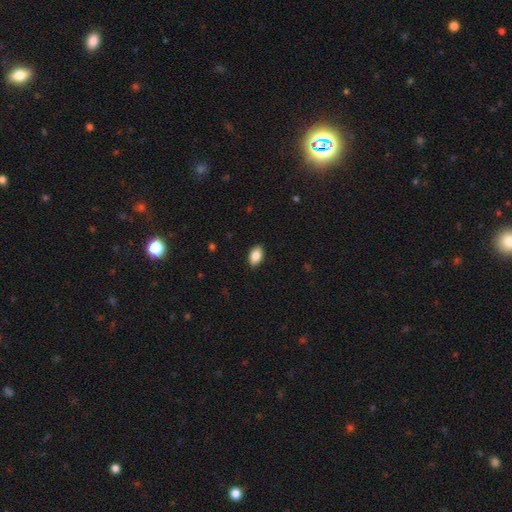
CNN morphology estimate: This appears to be a smooth galaxy with no disk features (87%) that is in between round and cigar-shaped (93%). Merging: none (88%).